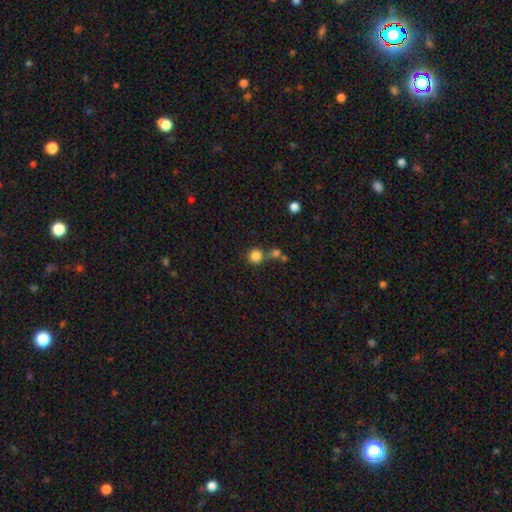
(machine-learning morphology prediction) Smooth or featured? Predicted: smooth (p=0.83). How rounded? Predicted: round (p=0.92). Merging? Predicted: none (p=0.63).